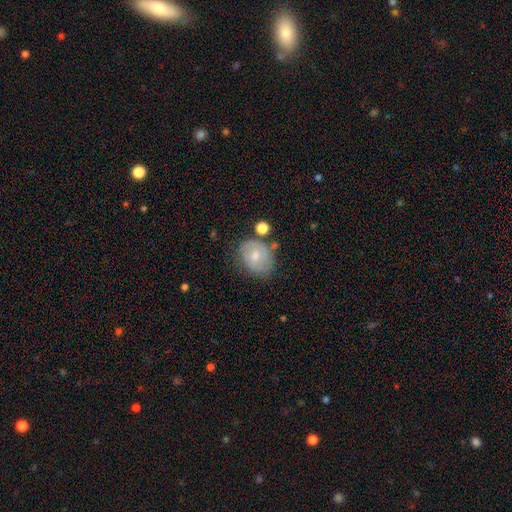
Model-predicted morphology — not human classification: Smooth or featured?
  - smooth: 55% *
  - featured or disk: 37%
  - star or artifact: 8%
How rounded?
  - in between: 50% *
  - round: 49%
  - cigar-shaped: 1%
Merging?
  - none: 59% *
  - minor disturbance: 24%
  - merger: 9%
  - major disturbance: 8%